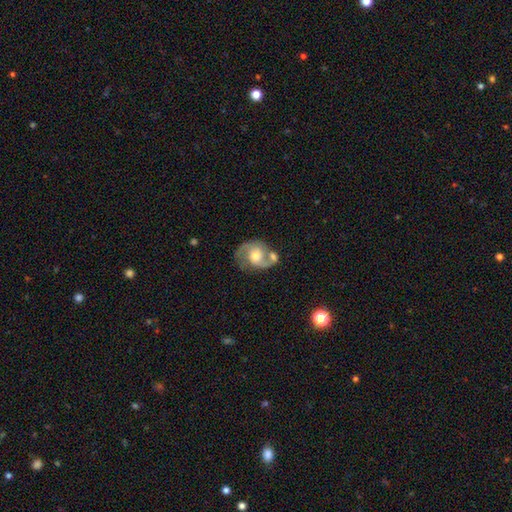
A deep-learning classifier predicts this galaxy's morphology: Smooth or featured? featured or disk (82%)
Edge-on disk? no (98%)
Bar? no (61%)
Spiral arms? yes (94%)
Spiral winding? medium (56%)
Spiral arm count? 2 (89%)
Bulge size? moderate (64%)
Merging? none (53%)